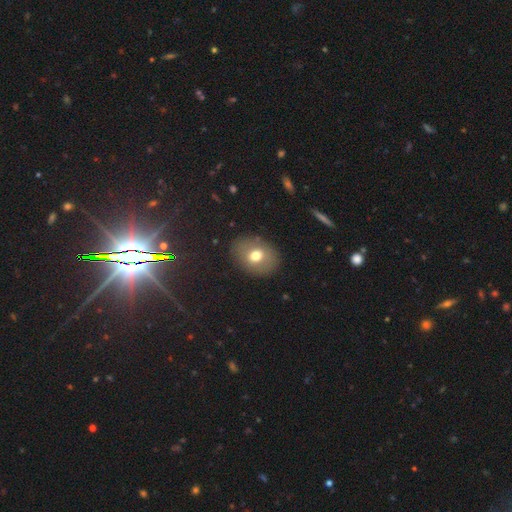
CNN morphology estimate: smooth_or_featured: smooth (p=0.67) [alt: featured or disk p=0.22]
how_rounded: in between (p=0.56) [alt: round p=0.43]
merging: none (p=0.84) [alt: minor disturbance p=0.11]